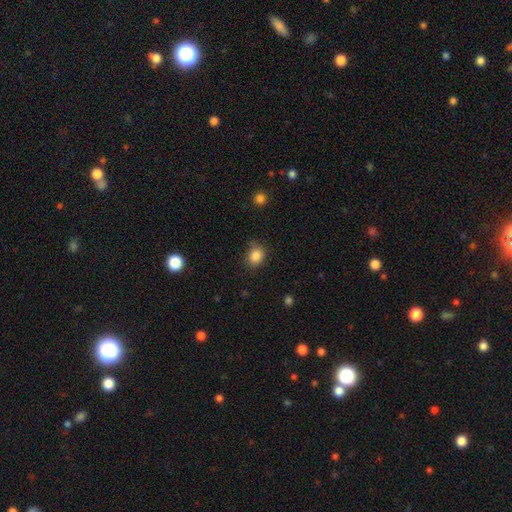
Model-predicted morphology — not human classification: This is clearly a smooth galaxy (85%). How rounded: likely round (62%). Merging: likely none (73%).